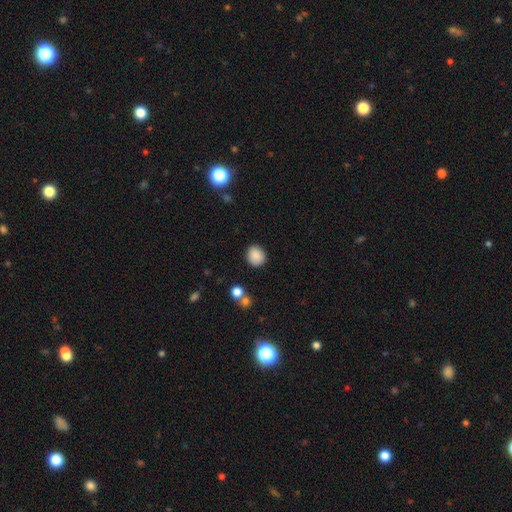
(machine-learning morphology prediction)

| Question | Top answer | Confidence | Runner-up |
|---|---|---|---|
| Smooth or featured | smooth | 88% | star or artifact (9%) |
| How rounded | round | 78% | in between (21%) |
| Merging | none | 88% | minor disturbance (8%) |